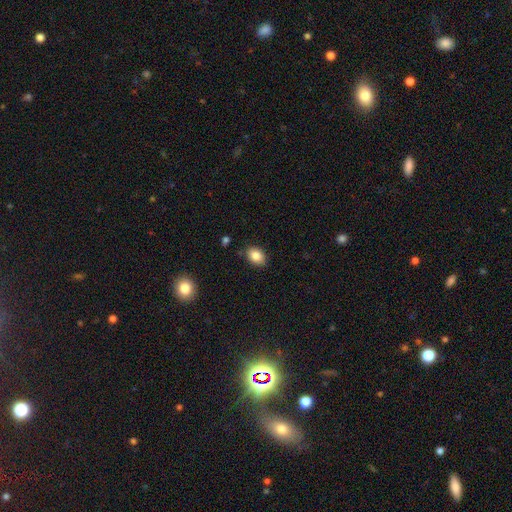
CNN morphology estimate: Smooth or featured: smooth — 85% (star or artifact — 9%)
How rounded: in between — 76% (round — 23%)
Merging: none — 82% (minor disturbance — 13%)